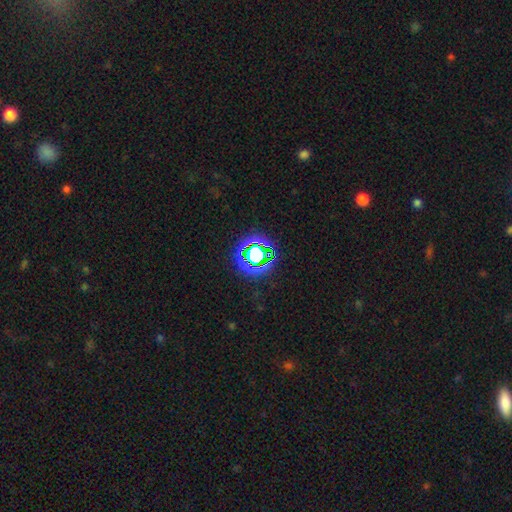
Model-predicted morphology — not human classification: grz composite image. It shows a star or artifact, not a galaxy (76%).